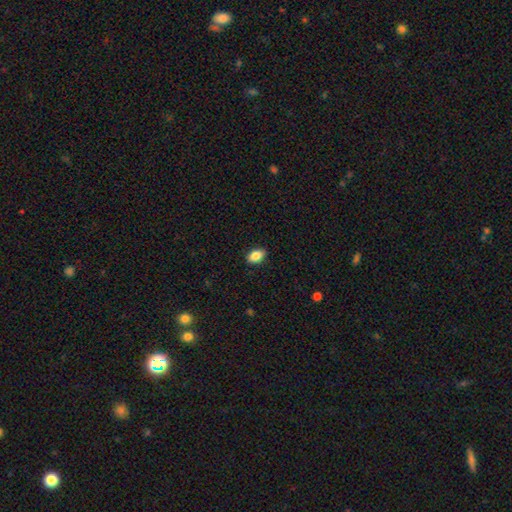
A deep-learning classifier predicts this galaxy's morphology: type=smooth (85%); roundness=in between (86%); merging=none (88%).